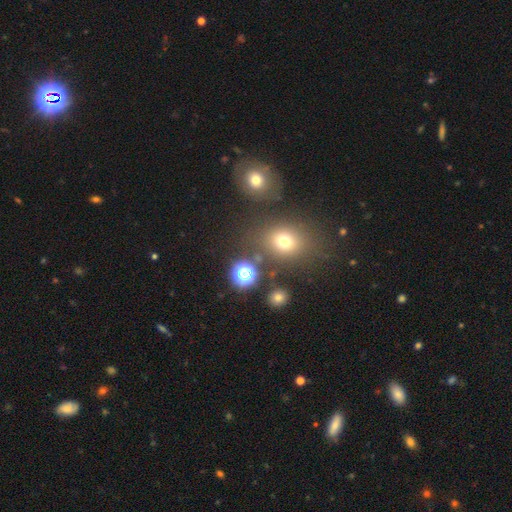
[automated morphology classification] Smooth or featured?
  - smooth: 54% *
  - star or artifact: 34%
  - featured or disk: 12%
How rounded?
  - round: 60% *
  - in between: 38%
  - cigar-shaped: 2%
Merging?
  - none: 72% *
  - merger: 12%
  - minor disturbance: 10%
  - major disturbance: 5%